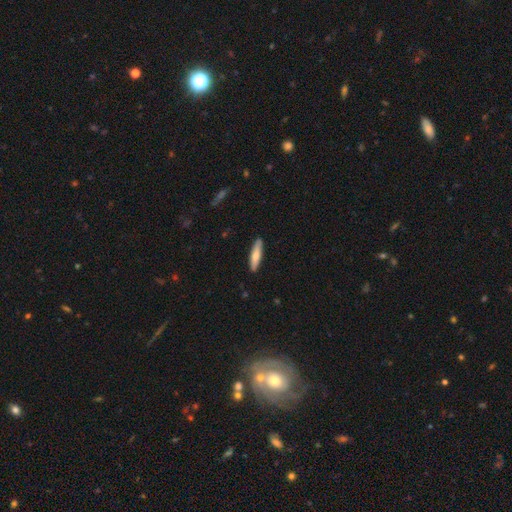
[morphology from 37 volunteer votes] A smooth galaxy with no disk features (68%) that is cigar-shaped (88%).

Vote fractions:
- Smooth or featured? smooth: 68% / featured or disk: 27% / star or artifact: 5%
- How rounded? cigar-shaped: 88% / in between: 12% / round: 0%
- Merging? none: 89% / minor disturbance: 6% / major disturbance: 3% / merger: 3%